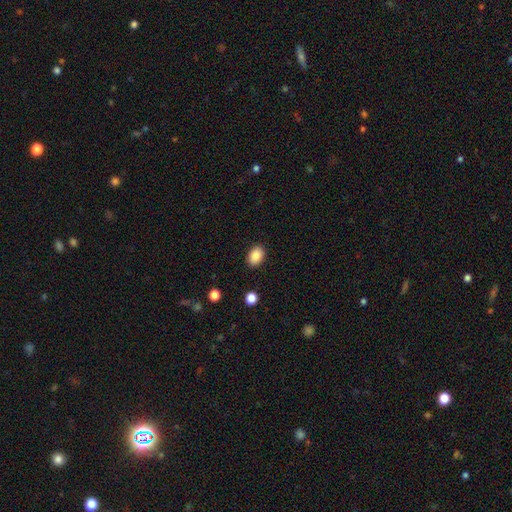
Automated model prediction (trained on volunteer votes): Smooth or featured?
  - smooth: 88% *
  - star or artifact: 8%
  - featured or disk: 4%
How rounded?
  - in between: 81% *
  - round: 18%
  - cigar-shaped: 1%
Merging?
  - none: 88% *
  - minor disturbance: 8%
  - major disturbance: 2%
  - merger: 1%